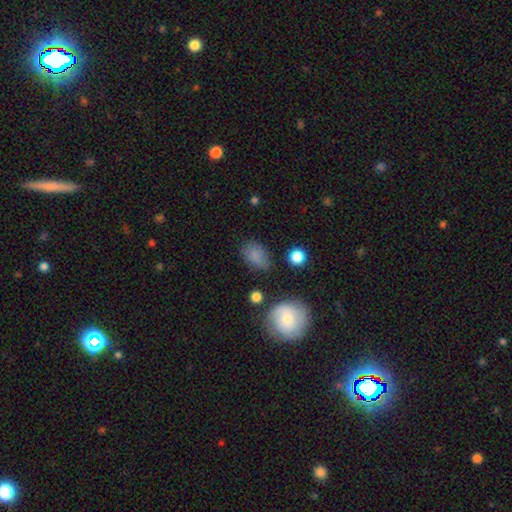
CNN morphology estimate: A smooth galaxy with no disk features (80%) that is in between round and cigar-shaped (81%). Merging: none (65%).